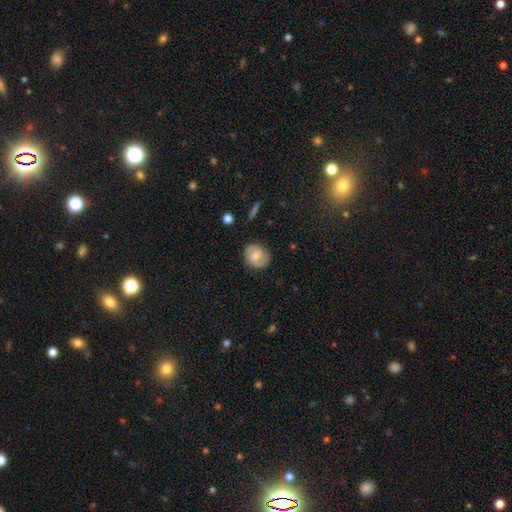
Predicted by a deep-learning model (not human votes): Smooth or featured: smooth — 50% (featured or disk — 43%)
Merging: none — 83% (minor disturbance — 13%)